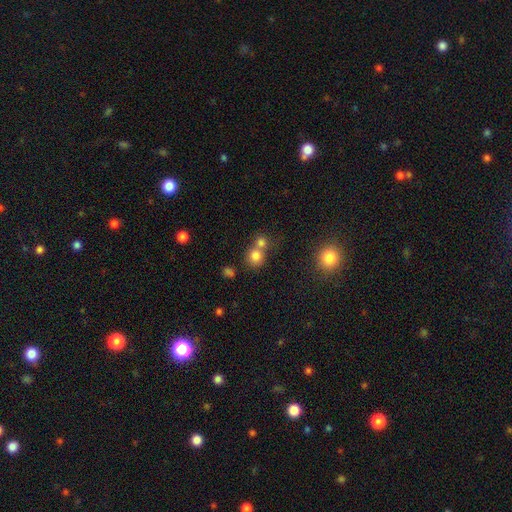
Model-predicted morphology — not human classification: The model was most divided on "merging" (2-way tie): none: 45%, merger: 45%, minor disturbance: 7%, major disturbance: 3%. More confident: how rounded — round (83%); smooth or featured — smooth (78%).